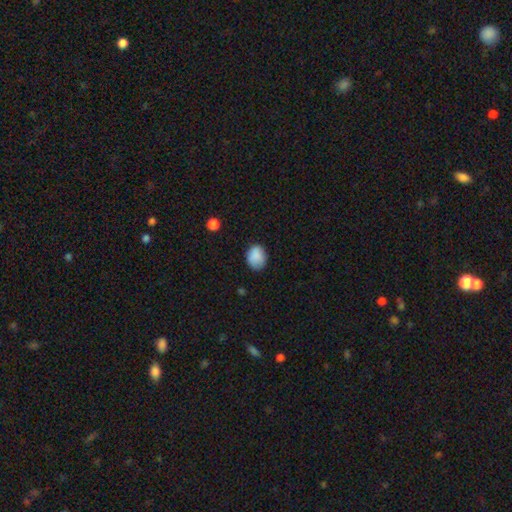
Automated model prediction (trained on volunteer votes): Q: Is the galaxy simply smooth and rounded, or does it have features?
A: smooth — 88%.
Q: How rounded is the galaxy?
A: in between — 50%.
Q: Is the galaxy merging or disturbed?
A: none — 77%.